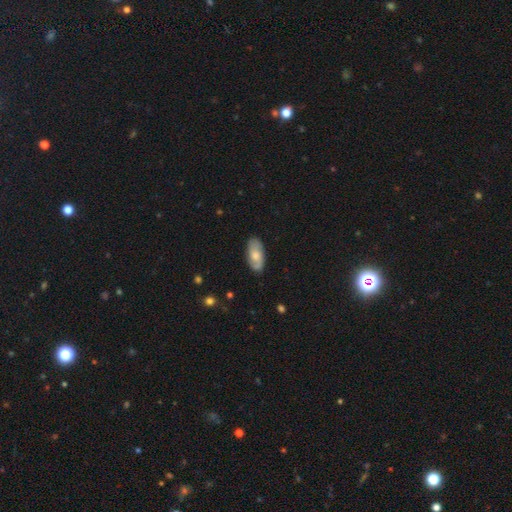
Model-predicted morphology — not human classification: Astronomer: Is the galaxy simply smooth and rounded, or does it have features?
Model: smooth — 57% (runner-up: featured or disk, 37%).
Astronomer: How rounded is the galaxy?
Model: in between — 90%.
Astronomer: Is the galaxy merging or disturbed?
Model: none — 80%.